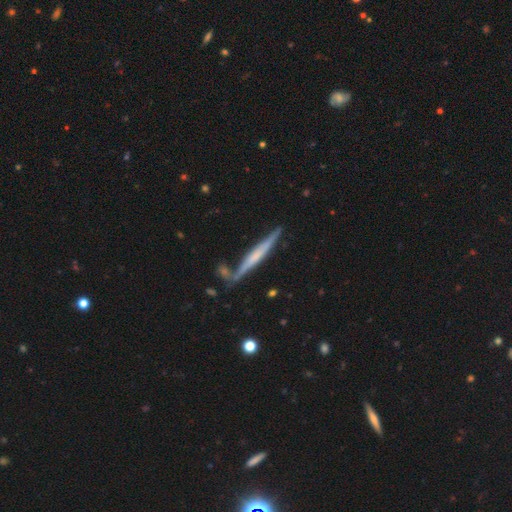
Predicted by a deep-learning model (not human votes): A featured or disk galaxy (62%) viewed edge-on (97%) with no central bulge (50%).

Vote fractions:
- Smooth or featured? featured or disk: 62% / smooth: 32% / star or artifact: 6%
- Edge-on disk? yes: 97% / no: 3%
- Edge-on bulge? none: 50% / rounded: 31% / boxy: 18%
- Merging? none: 77% / minor disturbance: 12% / merger: 7% / major disturbance: 3%